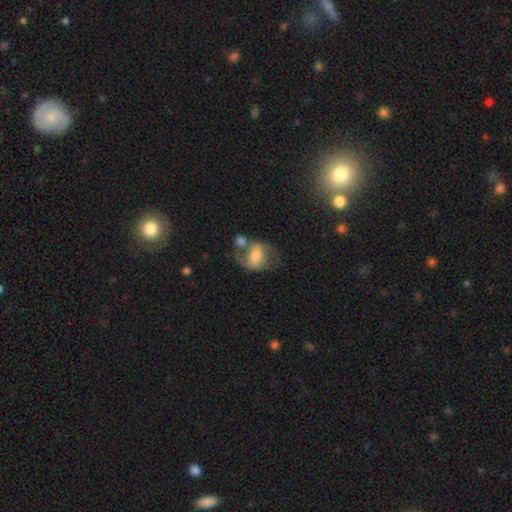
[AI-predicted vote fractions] A featured or disk galaxy (49%).

Vote fractions:
- Smooth or featured? featured or disk: 49% / smooth: 43% / star or artifact: 8%
- Merging? none: 35% / merger: 31% / minor disturbance: 18% / major disturbance: 16%